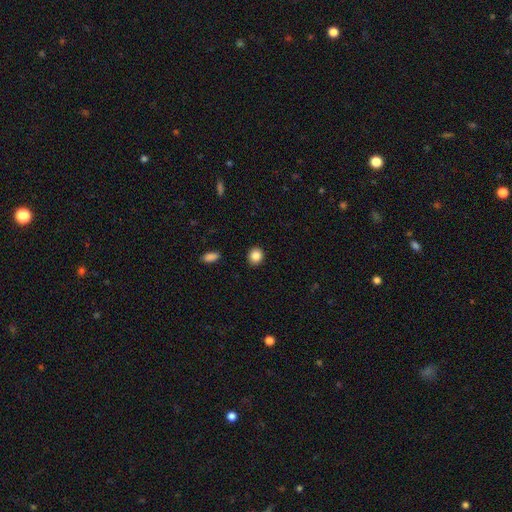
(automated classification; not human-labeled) A smooth galaxy with no disk features (87%) that is round (78%).

Vote fractions:
- Smooth or featured? smooth: 87% / star or artifact: 9% / featured or disk: 4%
- How rounded? round: 78% / in between: 21% / cigar-shaped: 1%
- Merging? none: 91% / minor disturbance: 6% / major disturbance: 2% / merger: 1%